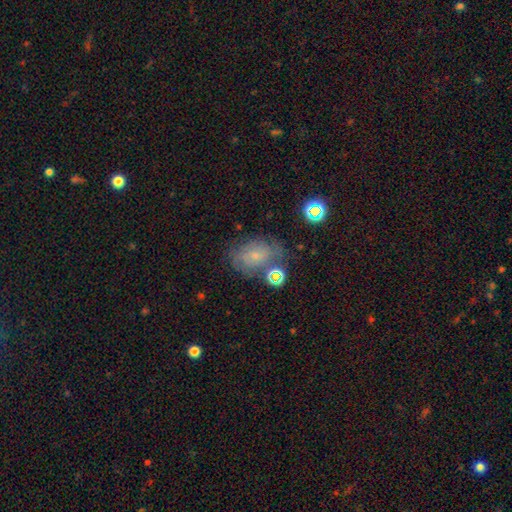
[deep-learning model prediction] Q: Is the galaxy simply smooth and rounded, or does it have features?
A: smooth — 50%.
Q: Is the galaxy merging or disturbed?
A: none — 56%.